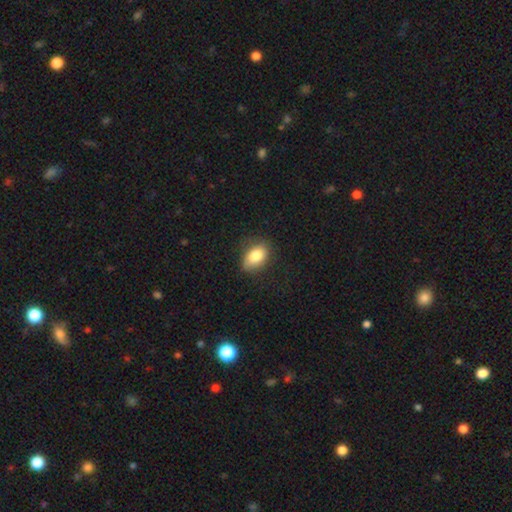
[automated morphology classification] This appears to be a smooth galaxy with no disk features (81%) that is in between round and cigar-shaped (85%). Merging: none (74%).